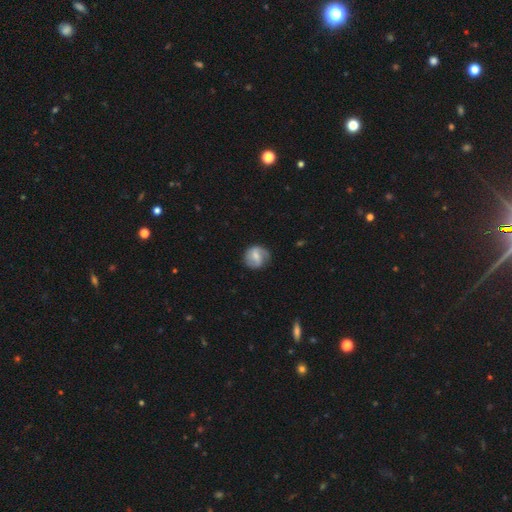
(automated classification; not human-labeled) This appears to be a featured or disk galaxy (55%) with a weak bar (52%), spiral arms (84%) and a moderate central bulge (43%). Merging: none (72%).